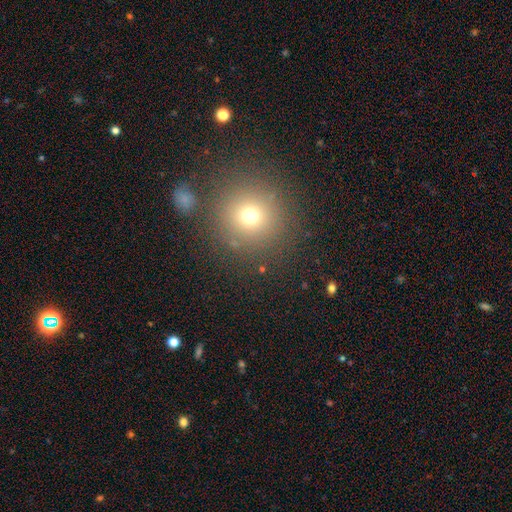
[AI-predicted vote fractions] Smooth or featured?
  - smooth: 60% *
  - star or artifact: 31%
  - featured or disk: 10%
How rounded?
  - round: 94% *
  - in between: 5%
  - cigar-shaped: 1%
Merging?
  - none: 85% *
  - minor disturbance: 7%
  - merger: 6%
  - major disturbance: 3%